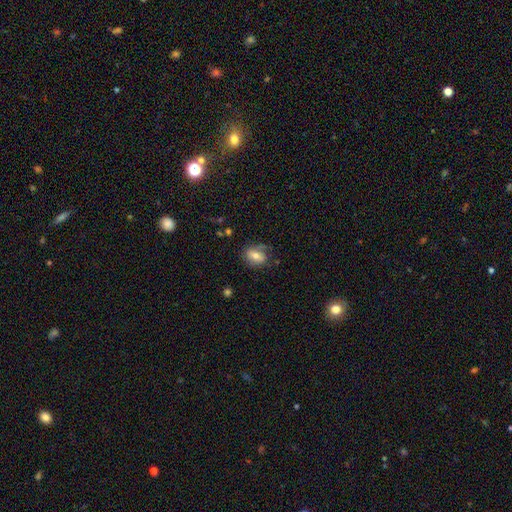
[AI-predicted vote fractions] This appears to be a smooth galaxy with no disk features (64%) that is in between round and cigar-shaped (65%). Merging: none (64%).